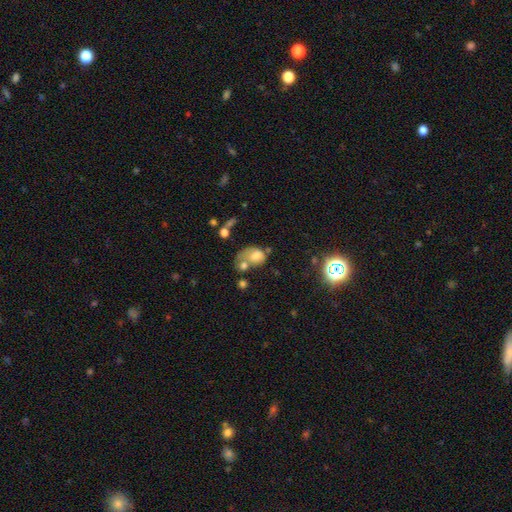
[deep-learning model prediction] The model was most divided on "merging": merger: 35%, major disturbance: 24%, none: 21%, minor disturbance: 19%. More confident: how rounded — in between (72%); smooth or featured — smooth (63%).